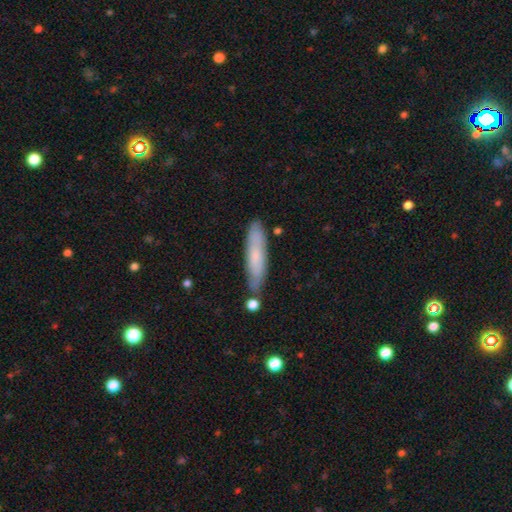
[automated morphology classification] Smooth or featured? Predicted: smooth (p=0.67). How rounded? Predicted: cigar-shaped (p=0.85). Merging? Predicted: none (p=0.78).